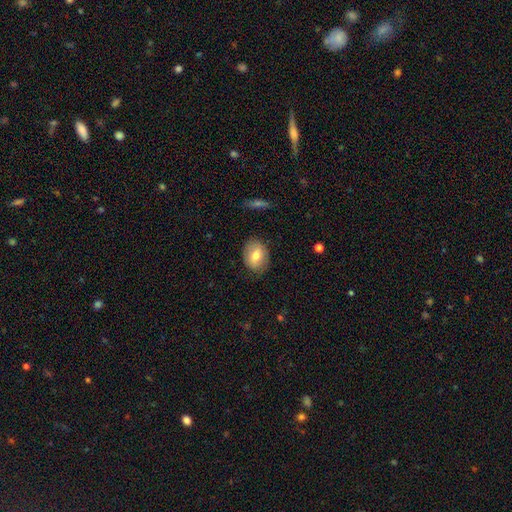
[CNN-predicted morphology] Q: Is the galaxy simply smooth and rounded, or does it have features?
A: smooth — 71%.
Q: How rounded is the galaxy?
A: in between — 58%.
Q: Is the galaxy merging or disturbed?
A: none — 80%.